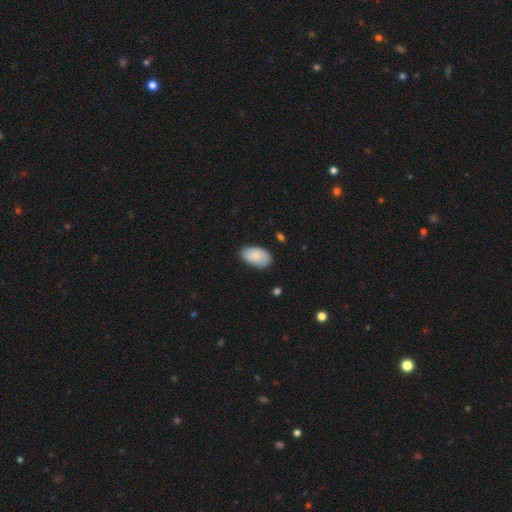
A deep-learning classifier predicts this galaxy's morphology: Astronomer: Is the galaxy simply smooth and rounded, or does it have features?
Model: smooth — 85%.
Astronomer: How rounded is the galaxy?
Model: in between — 94%.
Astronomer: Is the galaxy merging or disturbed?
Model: none — 81%.